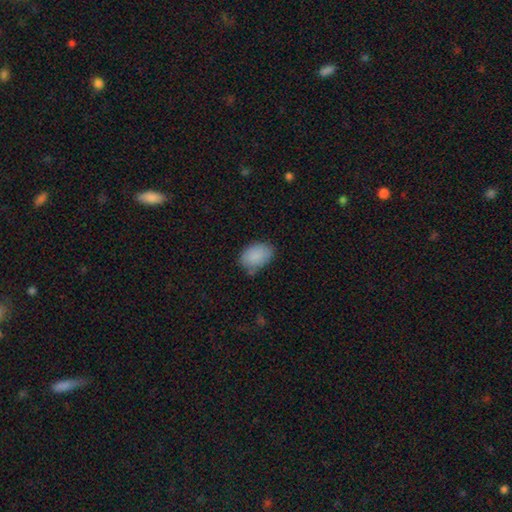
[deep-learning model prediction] Smooth or featured? Predicted: smooth (p=0.88). How rounded? Predicted: in between (p=0.84). Merging? Predicted: none (p=0.69).